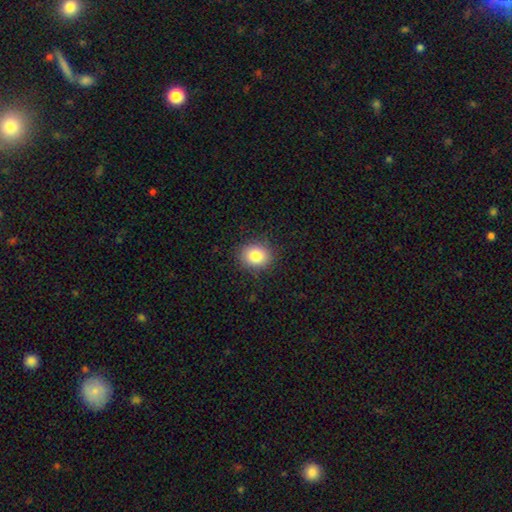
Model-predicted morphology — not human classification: The model was most divided on "how rounded": round: 68%, in between: 31%, cigar-shaped: 1%. More confident: merging — none (87%); smooth or featured — smooth (83%).